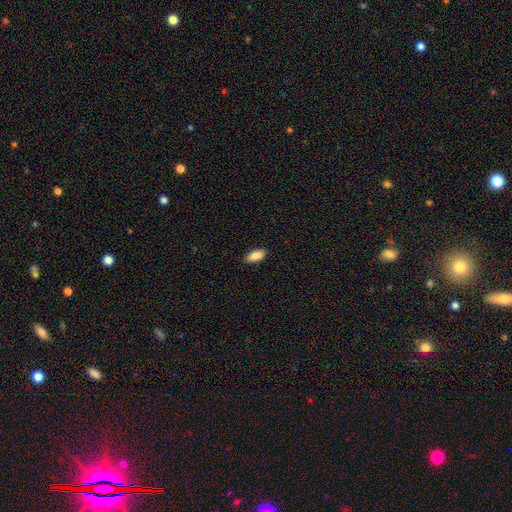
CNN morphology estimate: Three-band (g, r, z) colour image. It shows a smooth galaxy with no disk features (88%) that is in between round and cigar-shaped (89%). Merging: none (87%).